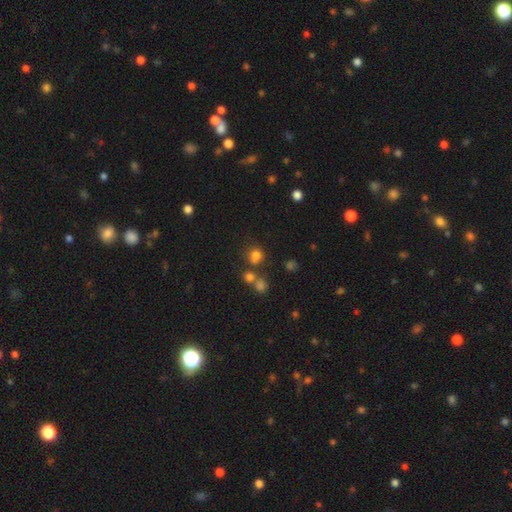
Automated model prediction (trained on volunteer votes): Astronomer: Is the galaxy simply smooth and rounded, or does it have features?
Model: smooth — 72%.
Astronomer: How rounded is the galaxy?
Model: round — 83%.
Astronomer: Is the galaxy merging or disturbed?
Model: none — 61%.